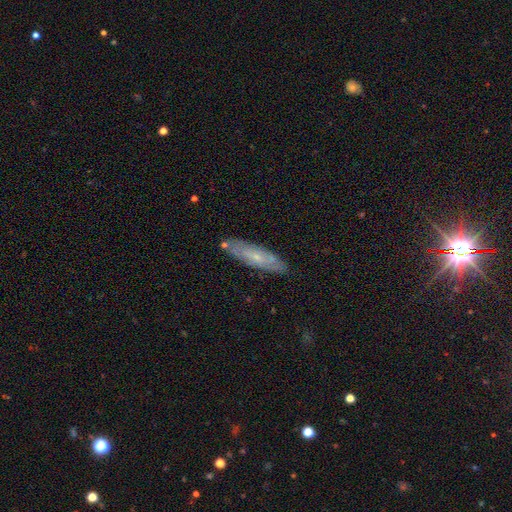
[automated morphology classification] Smooth or featured? Predicted: featured or disk (p=0.52). Edge-on disk? Predicted: no (p=0.52). Merging? Predicted: none (p=0.83).